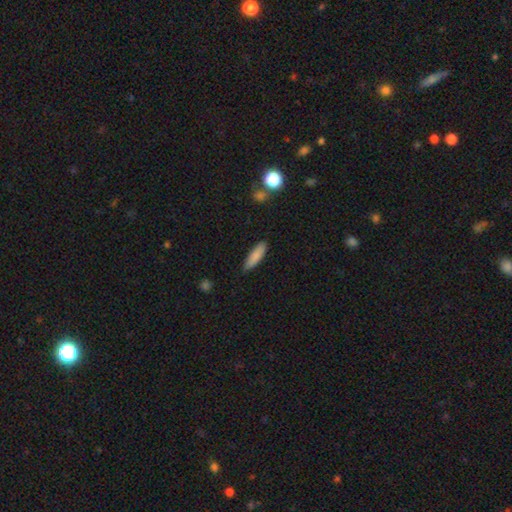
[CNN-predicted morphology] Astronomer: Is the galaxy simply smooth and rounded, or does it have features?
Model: smooth — 84%.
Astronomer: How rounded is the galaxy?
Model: cigar-shaped — 60% (runner-up: in between, 38%).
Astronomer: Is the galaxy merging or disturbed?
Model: none — 82%.